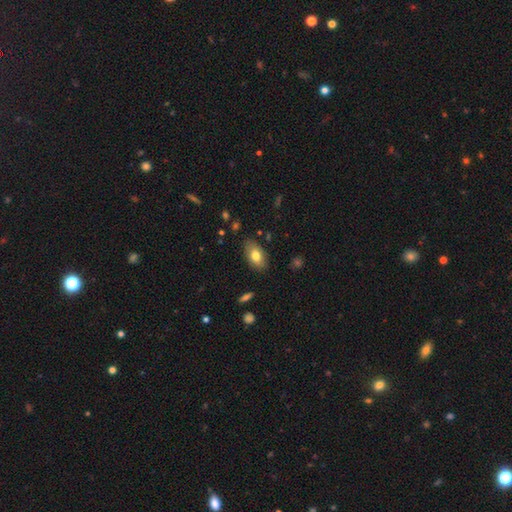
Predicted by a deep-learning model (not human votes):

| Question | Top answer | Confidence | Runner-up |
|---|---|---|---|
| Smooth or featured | smooth | 76% | featured or disk (17%) |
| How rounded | in between | 92% | round (6%) |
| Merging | none | 82% | minor disturbance (13%) |